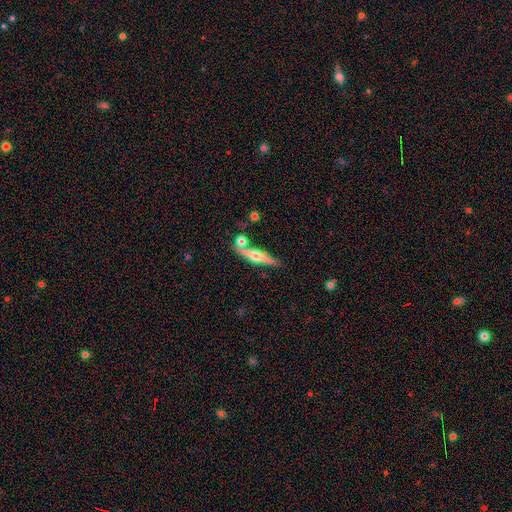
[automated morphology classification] Q: Smooth or featured?
A: featured or disk (67%); runner-up: smooth (27%)
Q: Edge-on disk?
A: yes (96%); runner-up: no (4%)
Q: Edge-on bulge?
A: rounded (91%); runner-up: boxy (5%)
Q: Merging?
A: none (72%); runner-up: merger (14%)